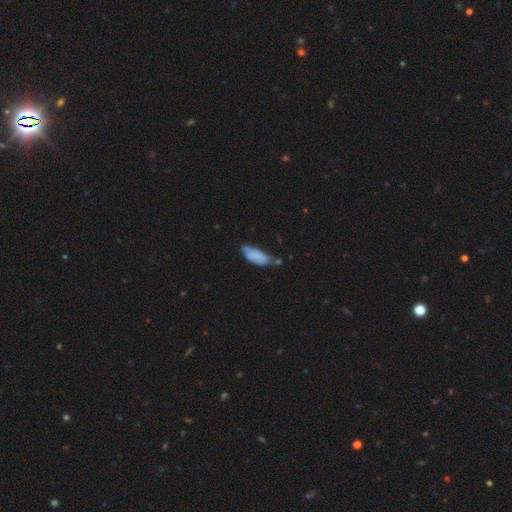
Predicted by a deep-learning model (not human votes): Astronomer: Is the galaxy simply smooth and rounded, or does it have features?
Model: smooth — 75%.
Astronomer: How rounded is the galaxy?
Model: in between — 79%.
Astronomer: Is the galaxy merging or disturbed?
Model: none — 42% (runner-up: minor disturbance, 36%).